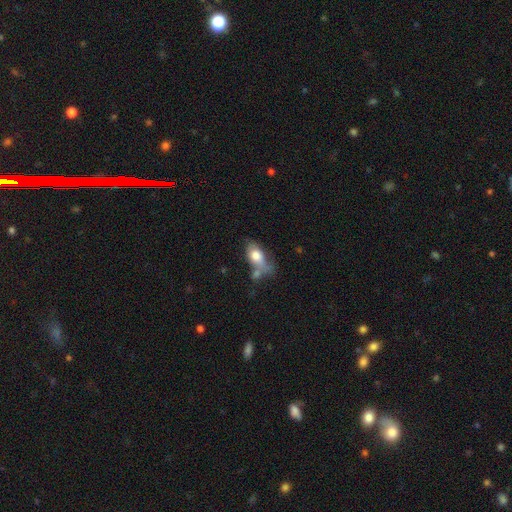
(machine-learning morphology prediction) This appears to be a smooth galaxy with no disk features (72%) that is in between round and cigar-shaped (85%). Merging: merger (30%).